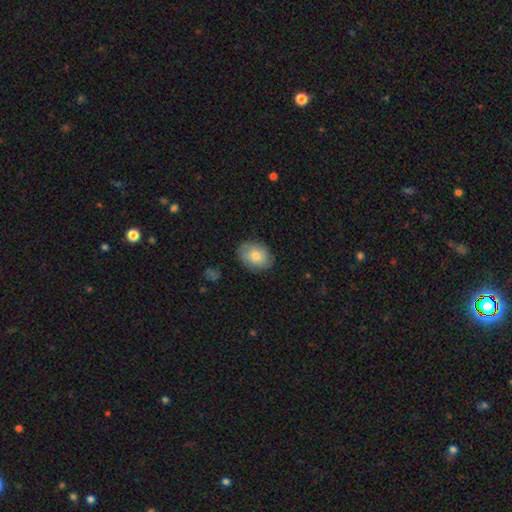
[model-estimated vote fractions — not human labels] Smooth or featured?
  - smooth: 76% *
  - featured or disk: 17%
  - star or artifact: 7%
How rounded?
  - in between: 71% *
  - round: 28%
  - cigar-shaped: 1%
Merging?
  - none: 83% *
  - minor disturbance: 13%
  - major disturbance: 3%
  - merger: 1%